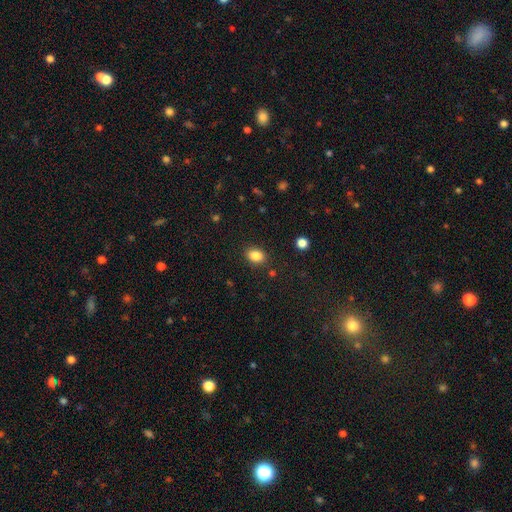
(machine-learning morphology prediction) Overall: smooth (85%). How rounded: in between (73%). Merging: none (85%).